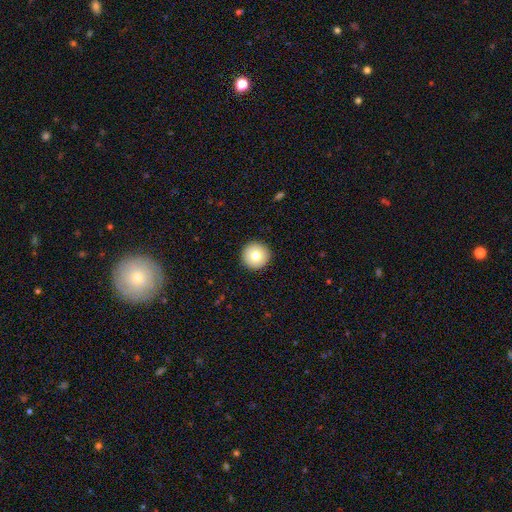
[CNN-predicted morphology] A smooth galaxy with no disk features (74%) that is round (97%).

Vote fractions:
- Smooth or featured? smooth: 74% / featured or disk: 16% / star or artifact: 9%
- How rounded? round: 97% / in between: 2% / cigar-shaped: 1%
- Merging? none: 93% / minor disturbance: 4% / major disturbance: 1% / merger: 1%